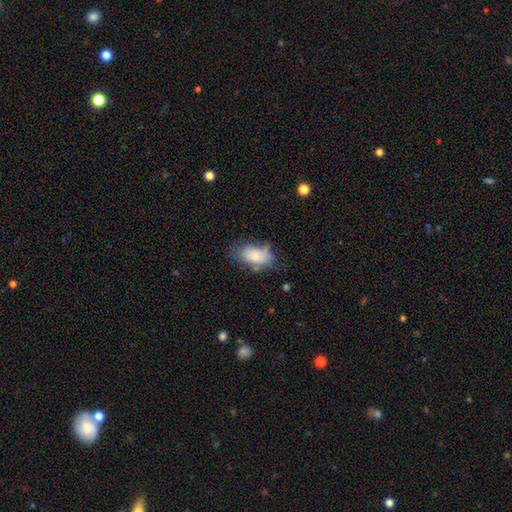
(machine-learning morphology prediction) Smooth or featured? smooth (75%)
How rounded? in between (92%)
Merging? none (47%)